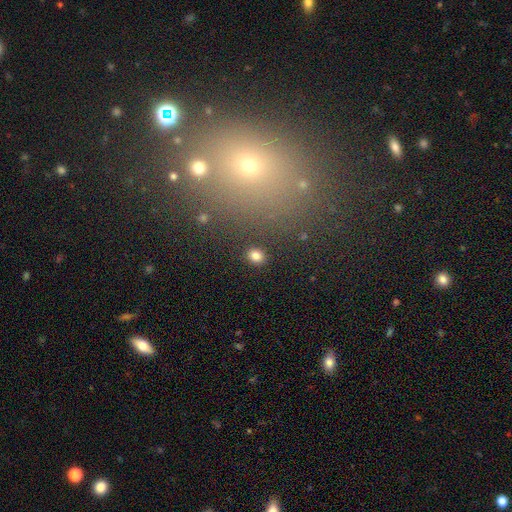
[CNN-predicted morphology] The model was most divided on "how rounded": round: 62%, in between: 37%, cigar-shaped: 1%. More confident: merging — none (89%); smooth or featured — smooth (82%).